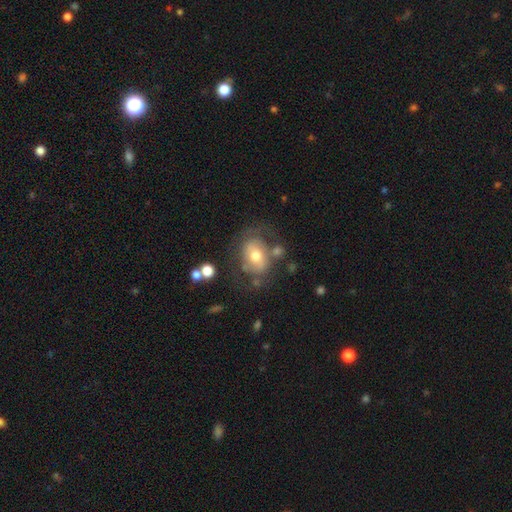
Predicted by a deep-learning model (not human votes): Overall: smooth (50%; featured or disk 41%). How rounded: in between (56%; round 43%). Merging: none (56%; minor disturbance 20%).